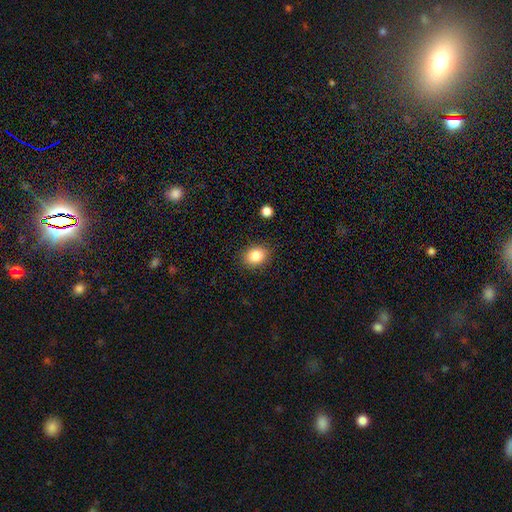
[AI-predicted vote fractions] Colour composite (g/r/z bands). It shows a smooth galaxy with no disk features (84%) that is in between round and cigar-shaped (50%). Merging: none (87%).